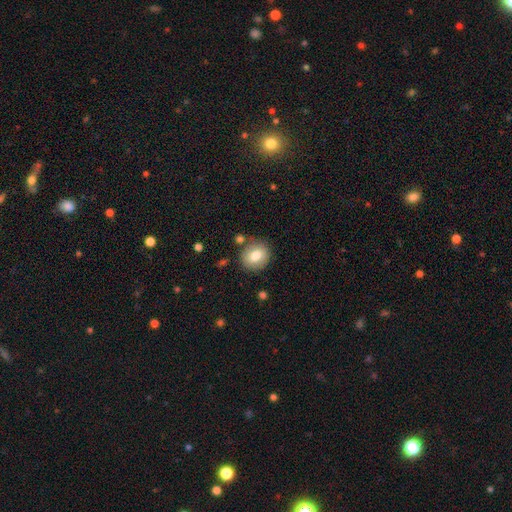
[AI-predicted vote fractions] Smooth or featured? smooth (77%)
How rounded? round (79%)
Merging? none (82%)